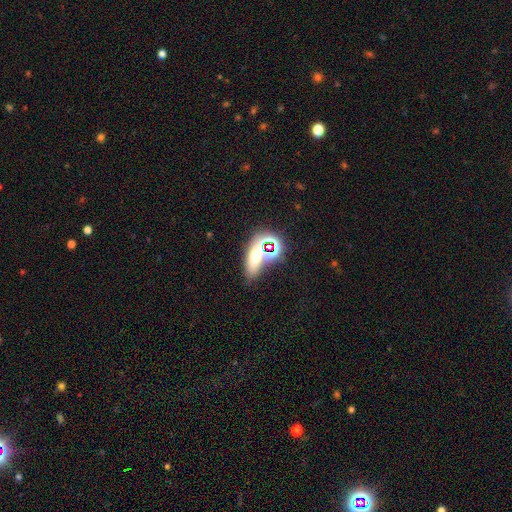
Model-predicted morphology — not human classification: Q: Smooth or featured?
A: smooth (50%); runner-up: star or artifact (30%)
Q: How rounded?
A: in between (64%); runner-up: round (21%)
Q: Merging?
A: none (57%); runner-up: merger (25%)